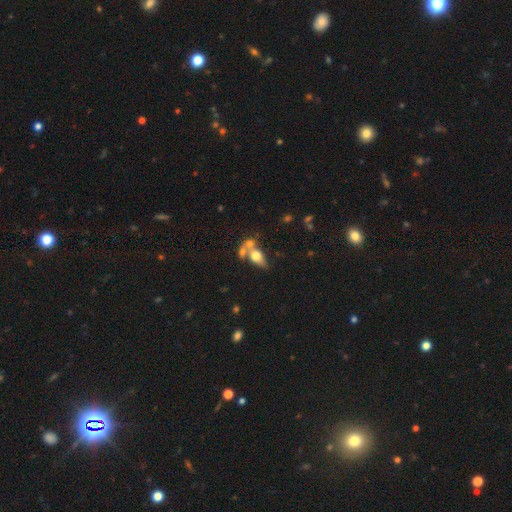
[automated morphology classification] Q: Smooth or featured?
A: smooth (62%); runner-up: featured or disk (28%)
Q: How rounded?
A: in between (74%); runner-up: round (21%)
Q: Merging?
A: merger (55%); runner-up: none (26%)